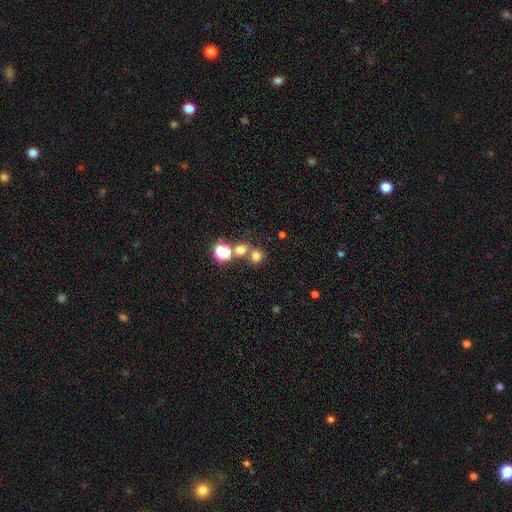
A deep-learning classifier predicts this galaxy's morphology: Smooth or featured? Predicted: smooth (p=0.71). How rounded? Predicted: round (p=0.86). Merging? Predicted: none (p=0.59).